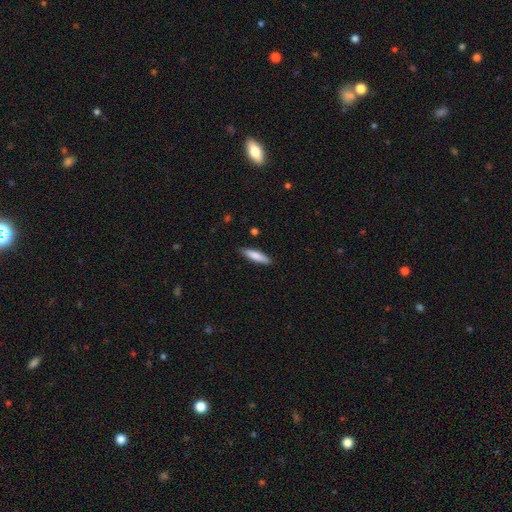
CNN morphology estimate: smooth 80%, featured or disk 14%, star or artifact 6%. Down the decision tree: how rounded — cigar-shaped (73%); merging — none (88%).